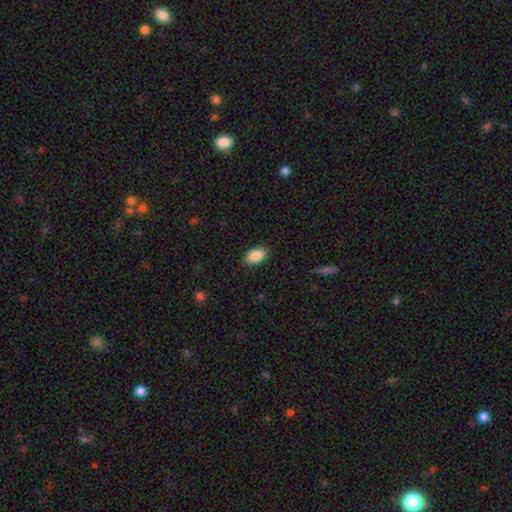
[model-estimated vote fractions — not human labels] A smooth galaxy with no disk features (89%) that is in between round and cigar-shaped (93%). Merging: none (86%).